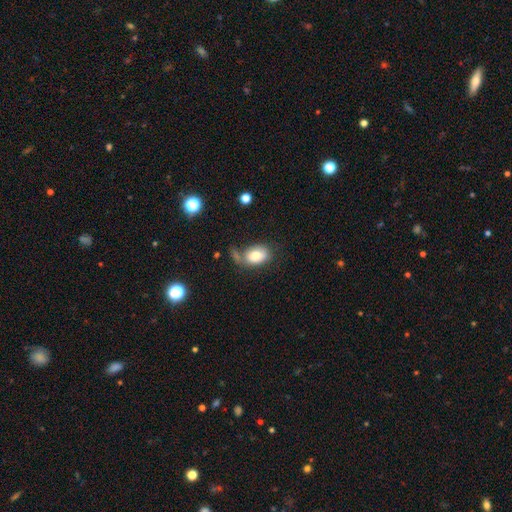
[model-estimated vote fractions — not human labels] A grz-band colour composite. It shows a smooth galaxy with no disk features (78%) that is in between round and cigar-shaped (79%). Merging: none (50%).